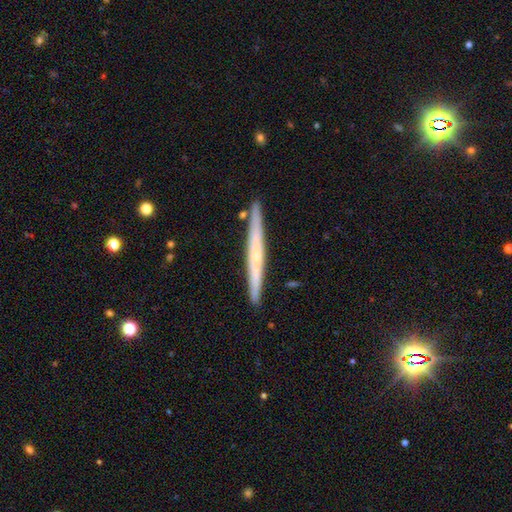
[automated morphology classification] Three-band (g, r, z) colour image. It shows a featured or disk galaxy (59%) viewed edge-on (96%) with no central bulge (52%). Merging: none (90%).